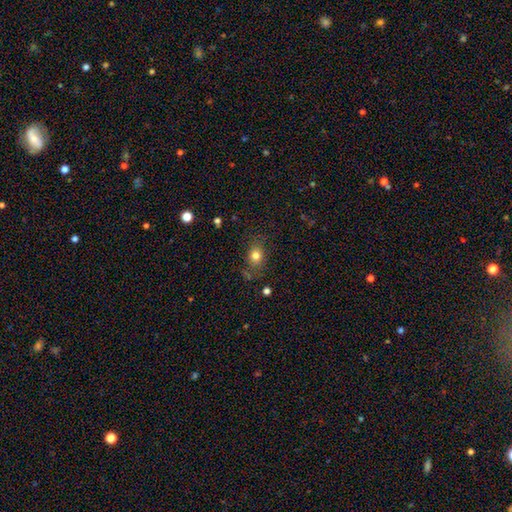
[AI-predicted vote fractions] This is likely a smooth galaxy (79%). How rounded: possibly round (51%). Merging: likely none (74%).